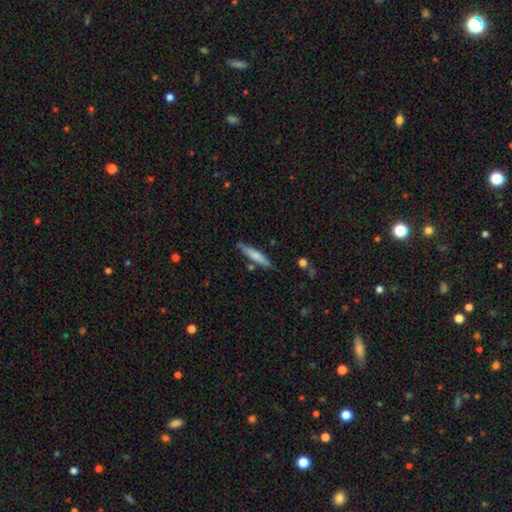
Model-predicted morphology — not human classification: smooth_or_featured: smooth (p=0.71) [alt: featured or disk p=0.23]
how_rounded: cigar-shaped (p=0.89) [alt: in between p=0.09]
merging: none (p=0.81) [alt: minor disturbance p=0.12]